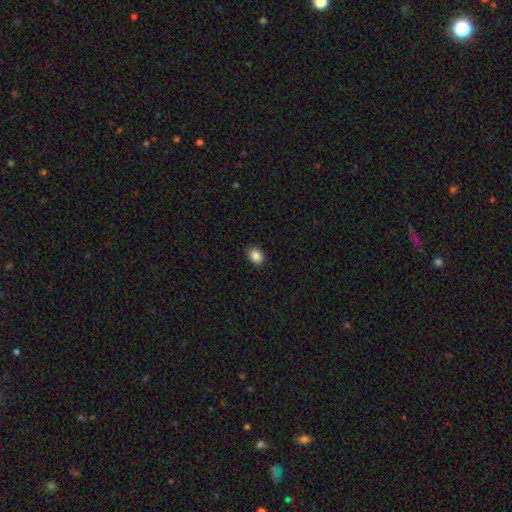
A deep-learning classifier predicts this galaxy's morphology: Smooth or featured: smooth — 87% (star or artifact — 9%)
How rounded: in between — 61% (round — 38%)
Merging: none — 91% (minor disturbance — 7%)